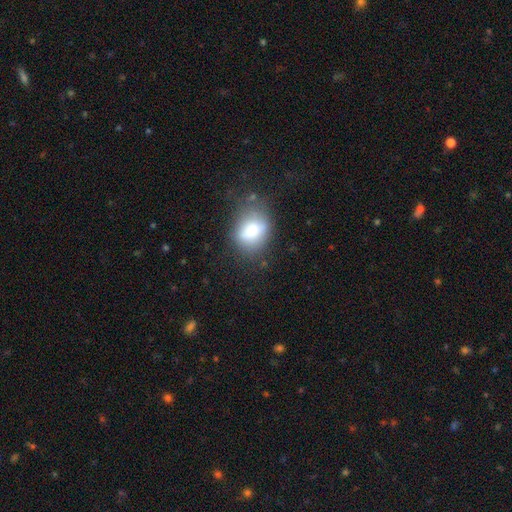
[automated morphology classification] Smooth or featured? Predicted: smooth (p=0.75). How rounded? Predicted: in between (p=0.64). Merging? Predicted: none (p=0.62).